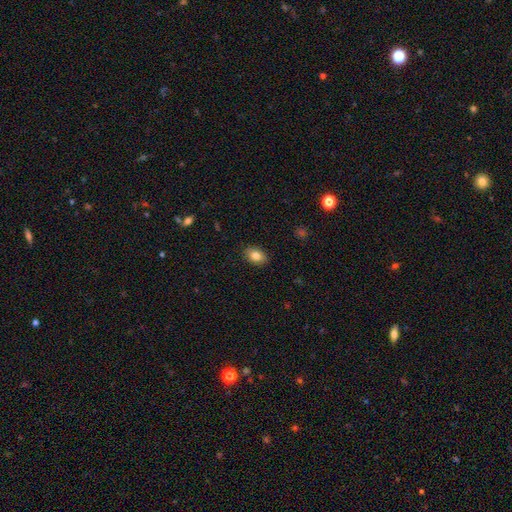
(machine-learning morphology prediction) Smooth or featured: smooth — 82% (featured or disk — 10%)
How rounded: in between — 82% (round — 17%)
Merging: none — 89% (minor disturbance — 9%)